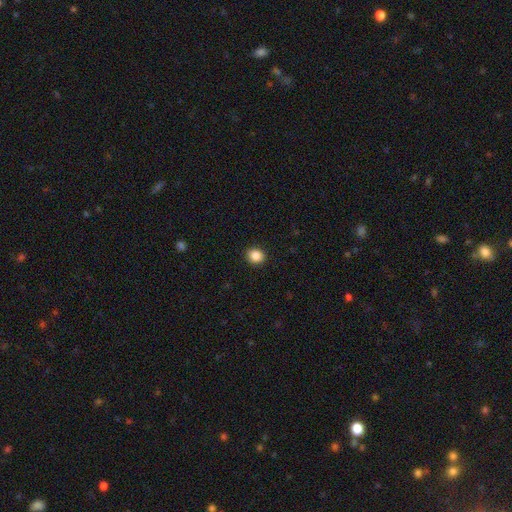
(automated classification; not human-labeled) smooth 87%, star or artifact 10%, featured or disk 3%. Down the decision tree: how rounded — round (75%); merging — none (91%).